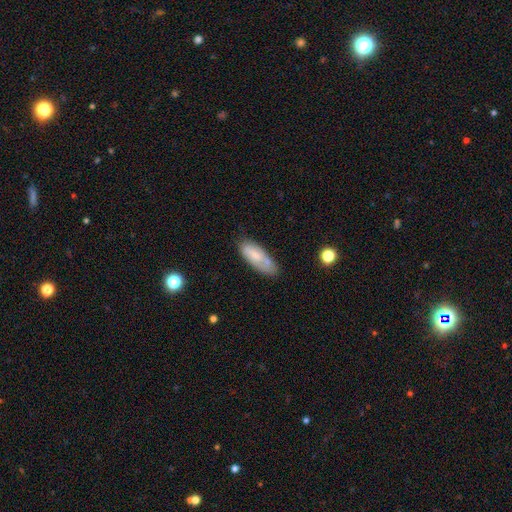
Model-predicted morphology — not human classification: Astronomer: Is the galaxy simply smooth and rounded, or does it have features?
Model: smooth — 68%.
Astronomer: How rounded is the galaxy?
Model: in between — 71%.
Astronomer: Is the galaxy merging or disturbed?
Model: none — 57%.